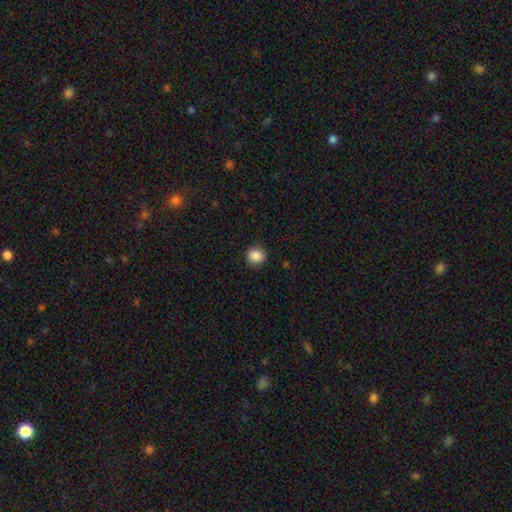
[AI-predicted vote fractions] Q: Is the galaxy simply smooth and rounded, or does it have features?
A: smooth — 87%.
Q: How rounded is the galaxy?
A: round — 89%.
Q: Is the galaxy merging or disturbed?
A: none — 88%.